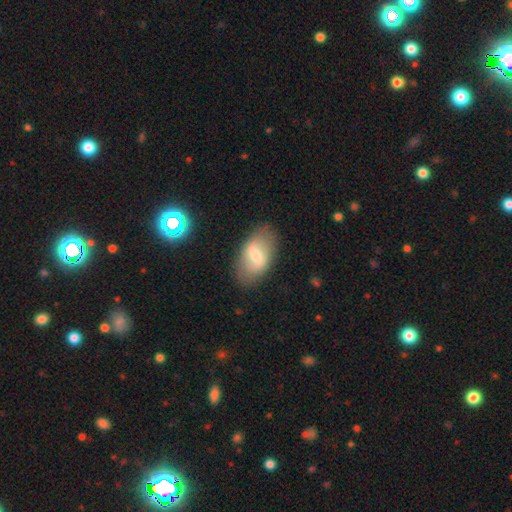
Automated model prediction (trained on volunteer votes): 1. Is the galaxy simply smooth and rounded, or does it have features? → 51% smooth, 41% featured or disk, 8% star or artifact.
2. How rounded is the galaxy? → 91% in between, 6% round, 3% cigar-shaped.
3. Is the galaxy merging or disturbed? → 80% none, 14% minor disturbance, 5% major disturbance, 1% merger.